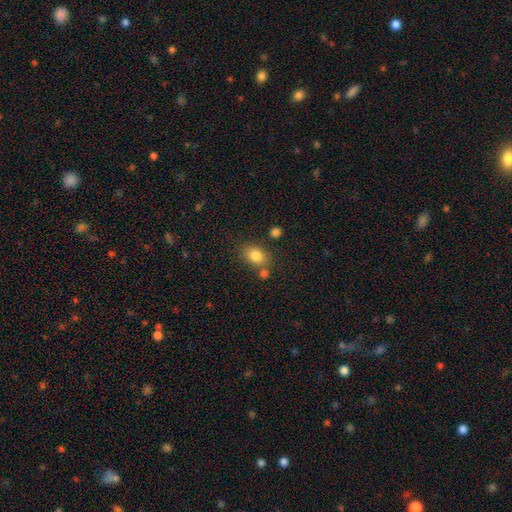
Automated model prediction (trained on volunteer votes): The model was most divided on "how rounded": in between: 66%, round: 32%, cigar-shaped: 1%. More confident: smooth or featured — smooth (83%); merging — none (68%).